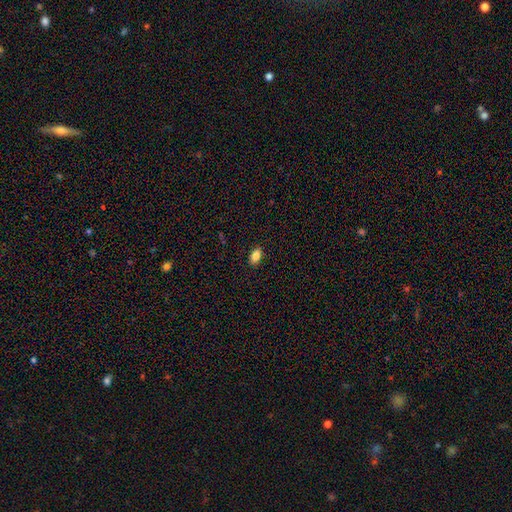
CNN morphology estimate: type=smooth (84%); roundness=in between (89%); merging=none (89%).